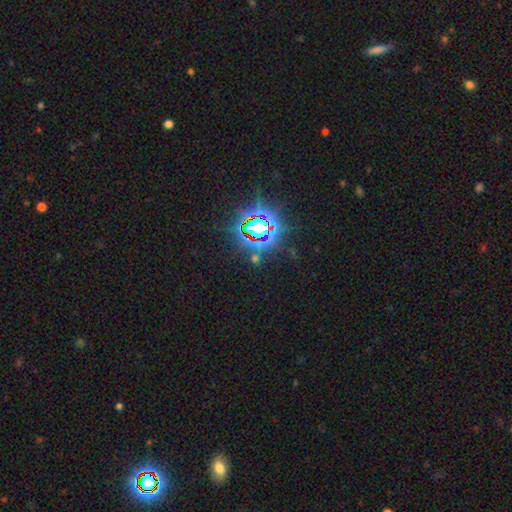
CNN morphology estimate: A star or artifact, not a galaxy (81%).

Vote fractions:
- Smooth or featured? star or artifact: 81% / smooth: 12% / featured or disk: 7%